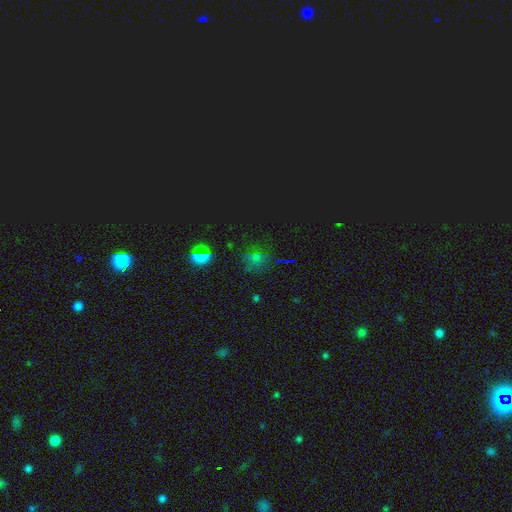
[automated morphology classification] Smooth or featured: star or artifact — 57% (smooth — 34%)